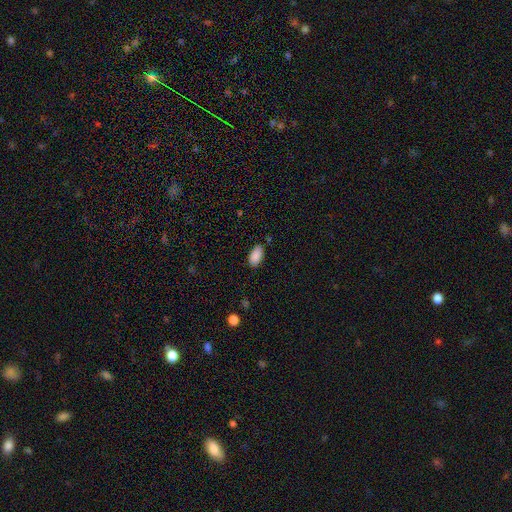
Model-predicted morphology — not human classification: Smooth or featured?
  - smooth: 89% *
  - star or artifact: 7%
  - featured or disk: 4%
How rounded?
  - in between: 94% *
  - cigar-shaped: 3%
  - round: 3%
Merging?
  - none: 84% *
  - minor disturbance: 12%
  - major disturbance: 3%
  - merger: 2%